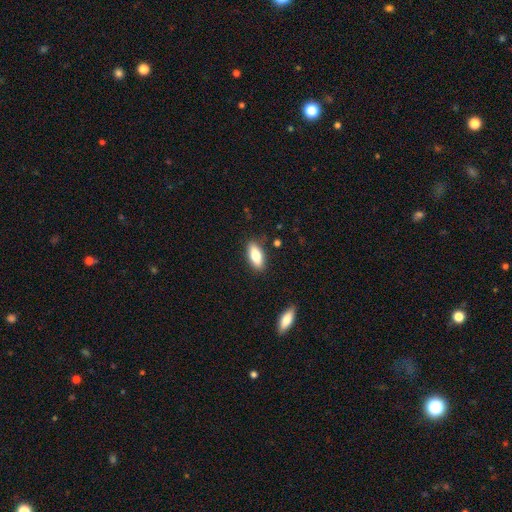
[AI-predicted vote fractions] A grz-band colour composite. It shows a smooth galaxy with no disk features (77%) that is in between round and cigar-shaped (78%). Merging: none (85%).